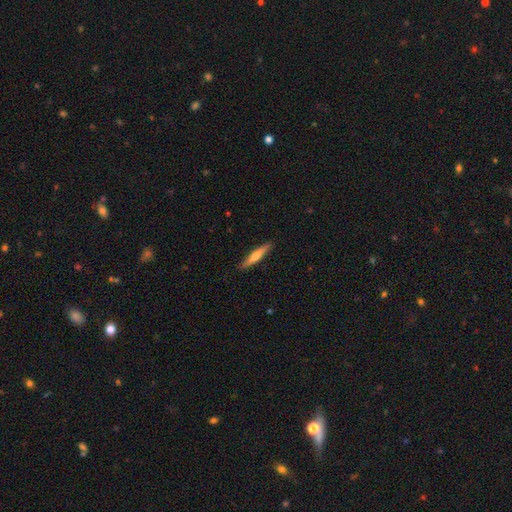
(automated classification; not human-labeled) smooth-or-featured: smooth: 51% | featured or disk: 44% | star or artifact: 5%
  how-rounded: cigar-shaped: 90% | in between: 8% | round: 2%
  merging: none: 90% | minor disturbance: 8% | major disturbance: 1% | merger: 1%